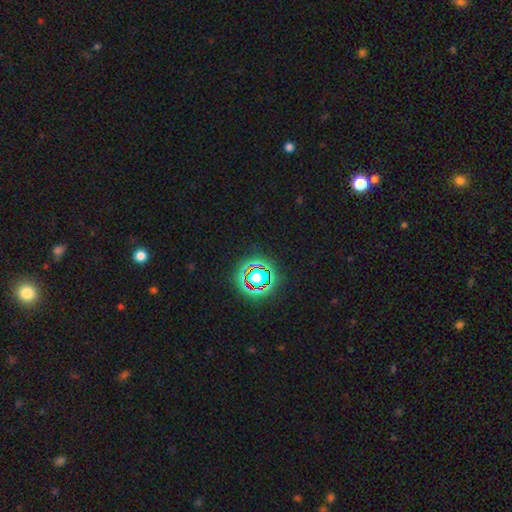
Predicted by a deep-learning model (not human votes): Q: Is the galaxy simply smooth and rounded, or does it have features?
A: star or artifact — 79%.